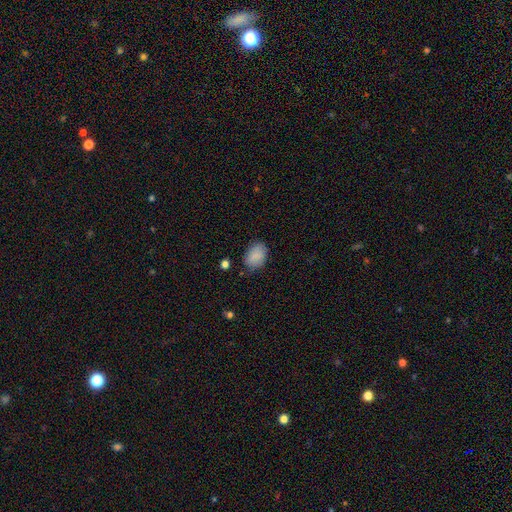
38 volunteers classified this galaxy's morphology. This is clearly a smooth galaxy (87%). How rounded: clearly in between (82%). Merging: likely none (66%).